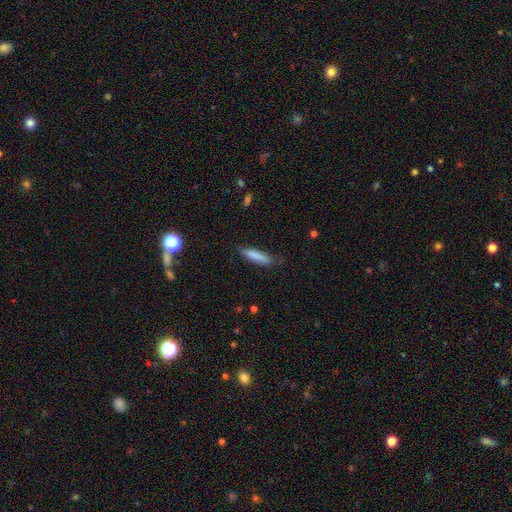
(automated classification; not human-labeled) Overall: smooth (83%). How rounded: cigar-shaped (79%). Merging: none (79%).